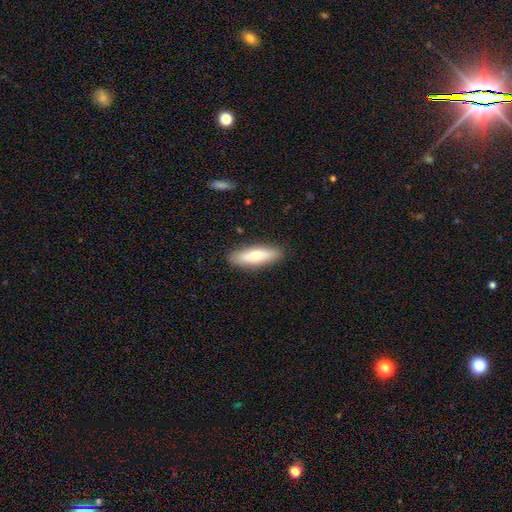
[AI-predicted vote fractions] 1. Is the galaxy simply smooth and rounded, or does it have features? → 68% smooth, 26% featured or disk, 6% star or artifact.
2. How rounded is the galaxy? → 52% in between, 46% cigar-shaped, 2% round.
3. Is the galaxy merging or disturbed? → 88% none, 9% minor disturbance, 2% major disturbance, 1% merger.